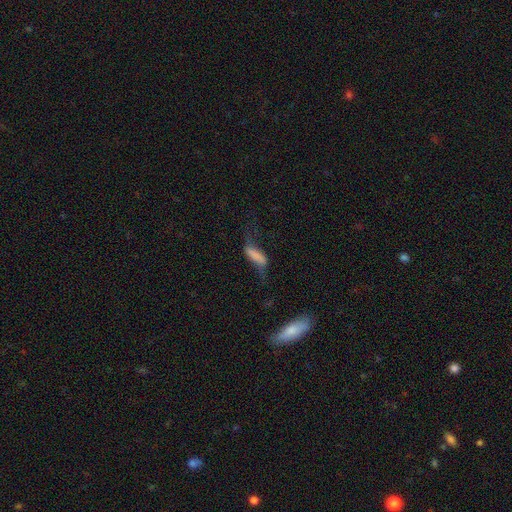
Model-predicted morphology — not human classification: Q: Smooth or featured?
A: smooth (58%); runner-up: featured or disk (32%)
Q: How rounded?
A: cigar-shaped (49%); runner-up: in between (47%)
Q: Merging?
A: major disturbance (35%); tied with: none (35%)